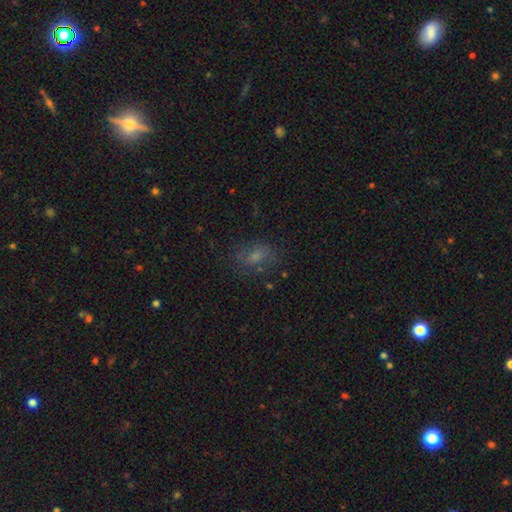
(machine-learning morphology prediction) The model was most divided on "smooth or featured": smooth: 51%, star or artifact: 29%, featured or disk: 20%. More confident: merging — none (77%); how rounded — in between (60%).